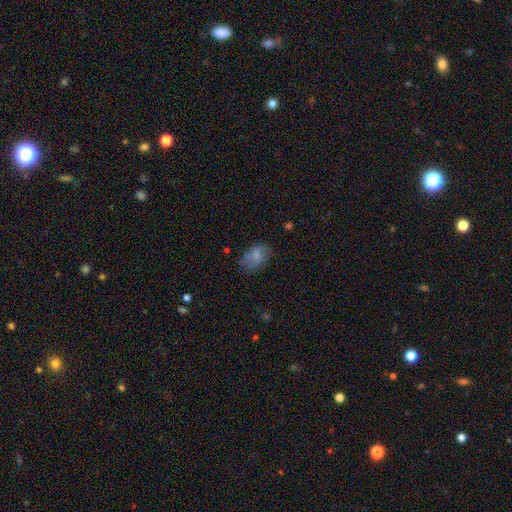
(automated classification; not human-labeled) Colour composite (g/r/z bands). It shows a smooth galaxy with no disk features (68%) that is in between round and cigar-shaped (87%). Merging: none (53%).